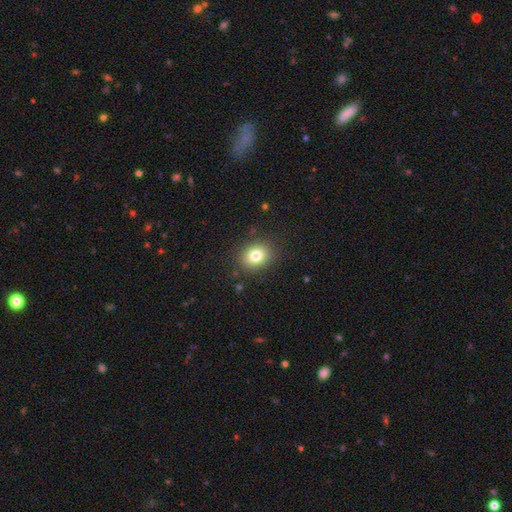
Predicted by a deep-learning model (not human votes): A smooth galaxy with no disk features (80%) that is round (58%).

Vote fractions:
- Smooth or featured? smooth: 80% / star or artifact: 11% / featured or disk: 9%
- How rounded? round: 58% / in between: 41% / cigar-shaped: 1%
- Merging? none: 87% / minor disturbance: 9% / major disturbance: 3% / merger: 1%